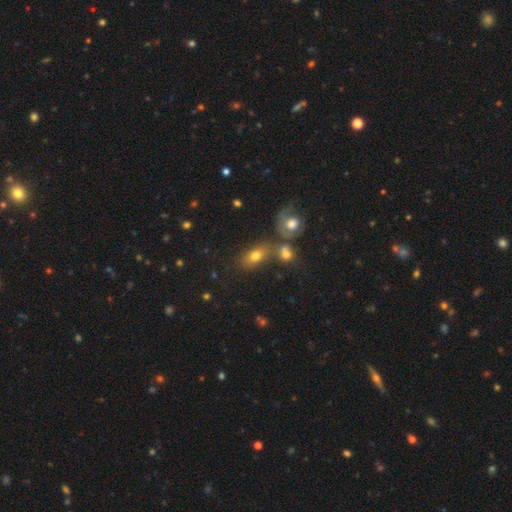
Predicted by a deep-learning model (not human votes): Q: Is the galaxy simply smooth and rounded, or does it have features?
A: smooth — 66%.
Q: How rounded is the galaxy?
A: in between — 80%.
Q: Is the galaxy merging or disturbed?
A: none — 50%.